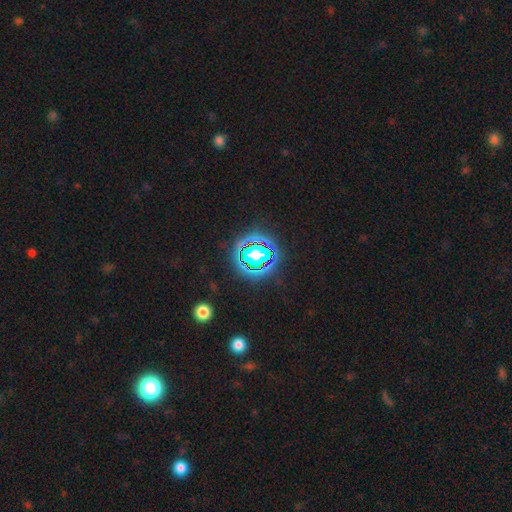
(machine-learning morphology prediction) Smooth or featured?
  - star or artifact: 80% *
  - smooth: 13%
  - featured or disk: 8%